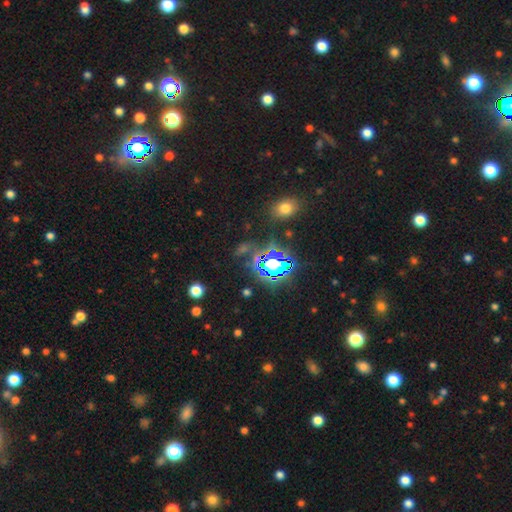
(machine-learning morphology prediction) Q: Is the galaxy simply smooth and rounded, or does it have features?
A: star or artifact — 72%.